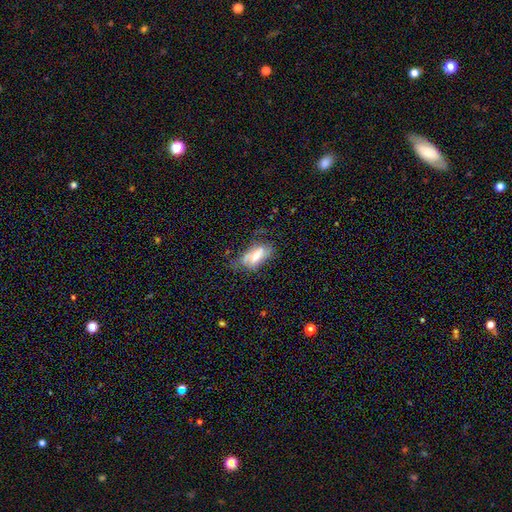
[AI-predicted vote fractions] Smooth or featured: smooth — 51% (featured or disk — 40%)
How rounded: in between — 78% (cigar-shaped — 18%)
Merging: none — 52% (minor disturbance — 29%)